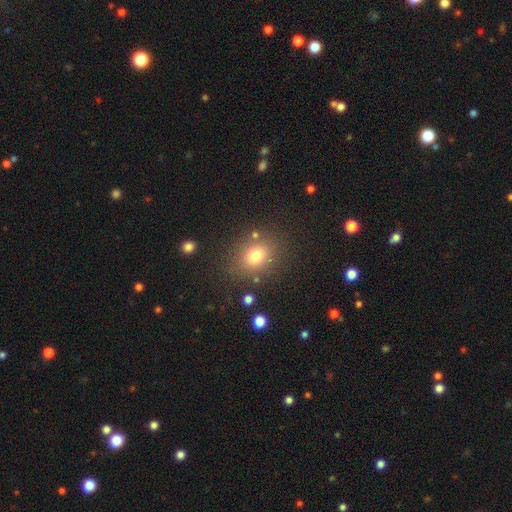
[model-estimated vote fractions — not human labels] Overall: smooth (76%). How rounded: round (56%; in between 43%). Merging: none (81%).